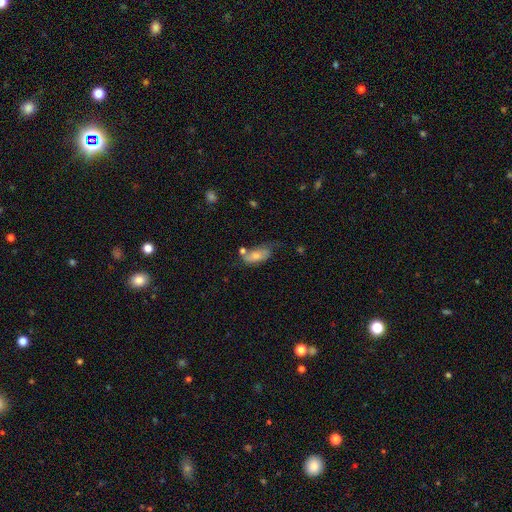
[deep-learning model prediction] smooth_or_featured: smooth (p=0.67) [alt: featured or disk p=0.26]
how_rounded: in between (p=0.86) [alt: cigar-shaped p=0.10]
merging: none (p=0.36) [alt: minor disturbance p=0.30]